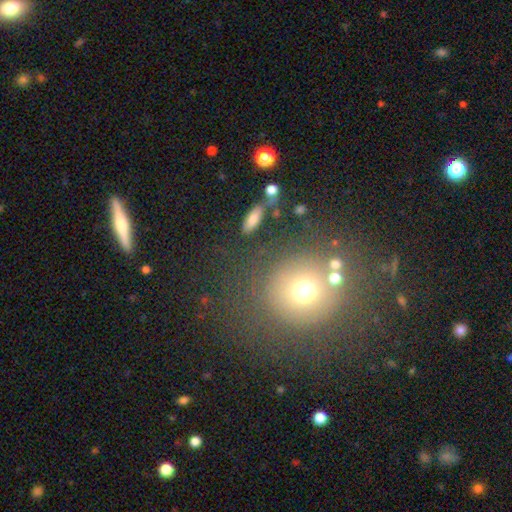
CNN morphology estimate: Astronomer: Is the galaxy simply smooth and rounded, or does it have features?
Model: smooth — 59%.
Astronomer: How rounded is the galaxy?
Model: round — 79%.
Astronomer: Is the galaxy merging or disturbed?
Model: none — 74%.